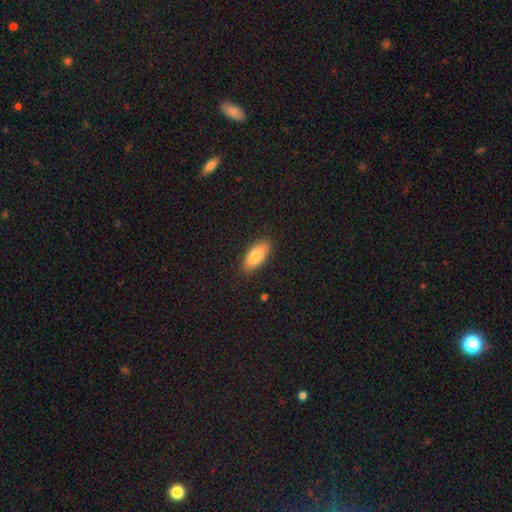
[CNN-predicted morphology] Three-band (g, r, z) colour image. It shows a smooth galaxy with no disk features (80%) that is in between round and cigar-shaped (84%). Merging: none (87%).